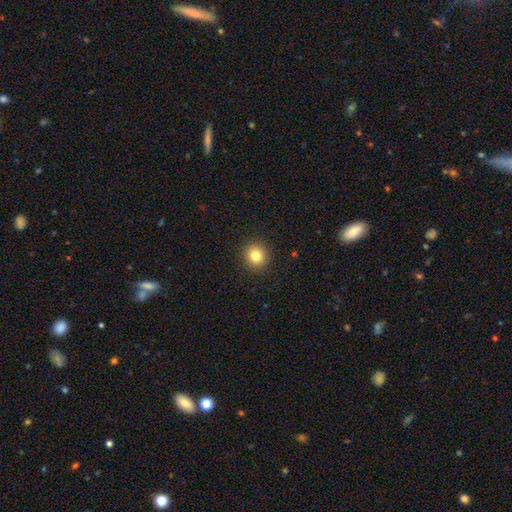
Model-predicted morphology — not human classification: type=smooth (82%); roundness=round (91%); merging=none (92%).